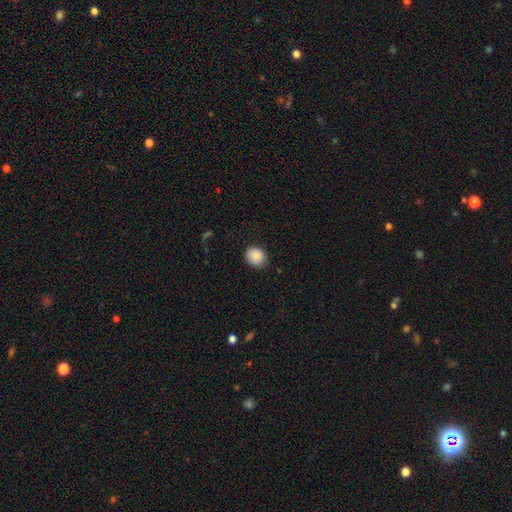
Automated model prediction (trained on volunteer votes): This appears to be a smooth galaxy with no disk features (85%) that is round (68%). Merging: none (84%).